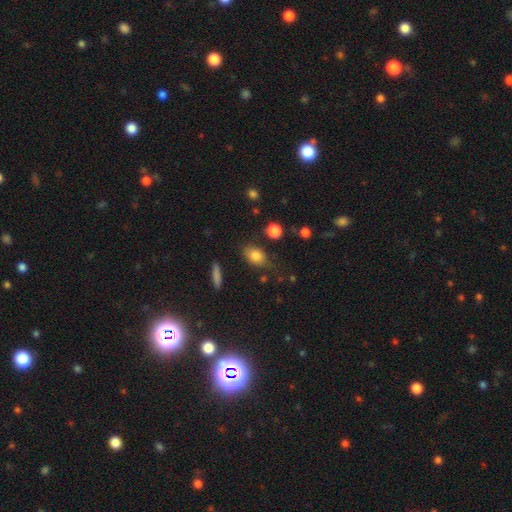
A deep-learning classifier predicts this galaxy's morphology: type=smooth (82%); roundness=in between (74%); merging=none (72%).